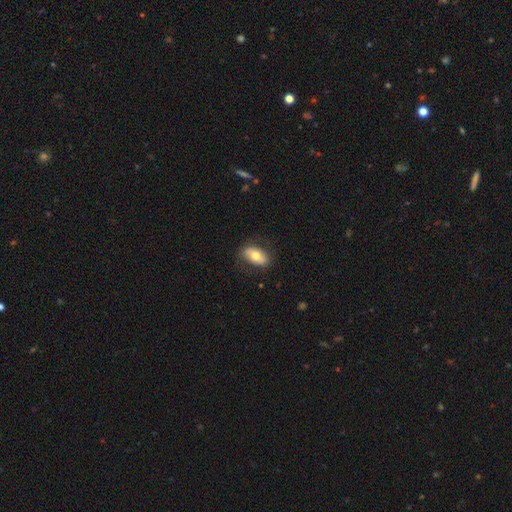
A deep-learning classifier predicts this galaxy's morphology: A smooth galaxy with no disk features (64%) that is in between round and cigar-shaped (90%).

Vote fractions:
- Smooth or featured? smooth: 64% / featured or disk: 30% / star or artifact: 6%
- How rounded? in between: 90% / round: 6% / cigar-shaped: 4%
- Merging? none: 77% / minor disturbance: 16% / major disturbance: 6% / merger: 1%